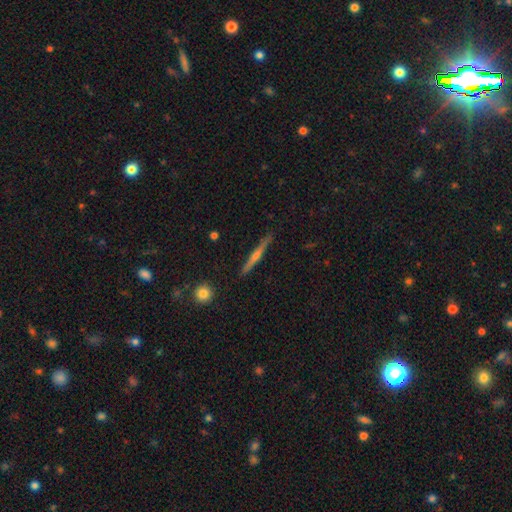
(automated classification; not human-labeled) Q: Smooth or featured?
A: featured or disk (69%); runner-up: smooth (25%)
Q: Edge-on disk?
A: yes (98%); runner-up: no (2%)
Q: Edge-on bulge?
A: rounded (80%); runner-up: none (15%)
Q: Merging?
A: none (90%); runner-up: minor disturbance (7%)